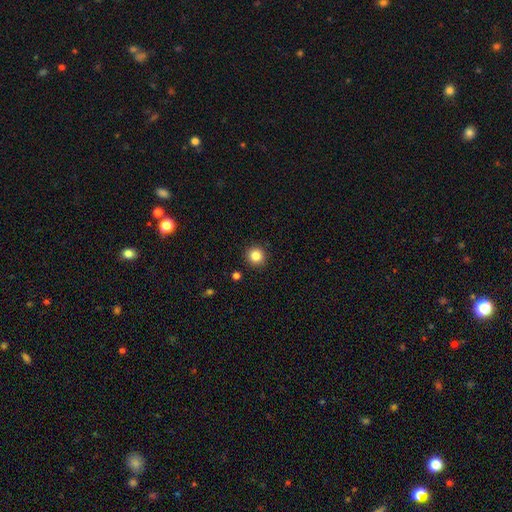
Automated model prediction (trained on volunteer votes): smooth-or-featured: smooth: 85% | star or artifact: 11% | featured or disk: 5%
  how-rounded: round: 94% | in between: 5% | cigar-shaped: 1%
  merging: none: 91% | minor disturbance: 5% | major disturbance: 2% | merger: 1%